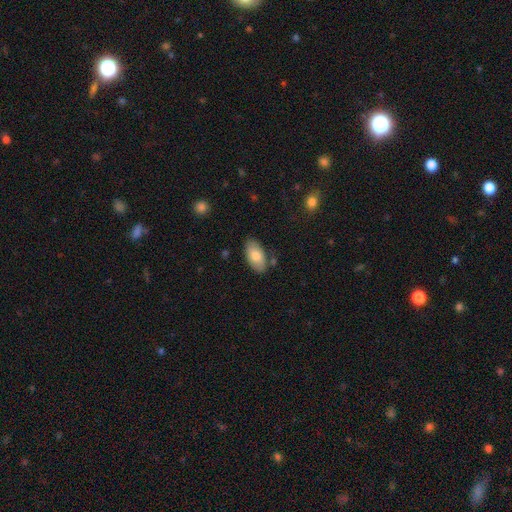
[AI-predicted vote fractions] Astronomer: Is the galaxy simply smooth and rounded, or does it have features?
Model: smooth — 77%.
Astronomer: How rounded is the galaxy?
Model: in between — 94%.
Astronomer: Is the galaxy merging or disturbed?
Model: none — 80%.